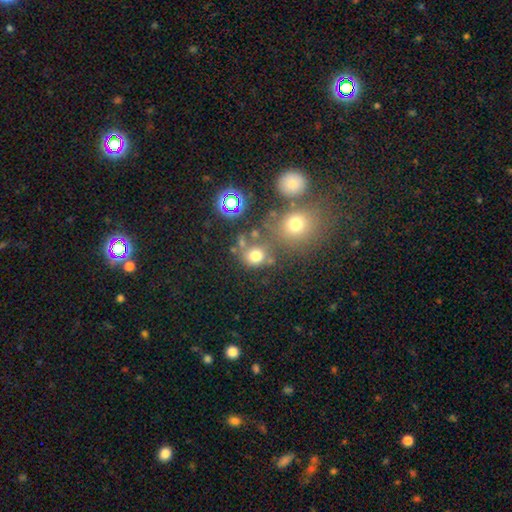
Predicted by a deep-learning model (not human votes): Q: Smooth or featured?
A: smooth (70%); runner-up: star or artifact (21%)
Q: How rounded?
A: round (76%); runner-up: in between (23%)
Q: Merging?
A: none (56%); runner-up: merger (24%)